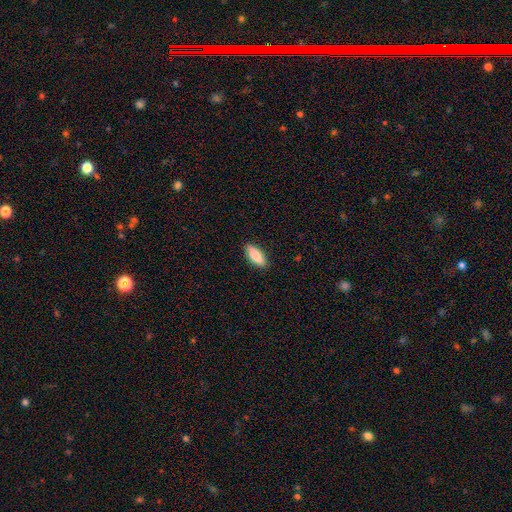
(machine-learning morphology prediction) Q: Smooth or featured?
A: smooth (88%); runner-up: featured or disk (6%)
Q: How rounded?
A: in between (75%); runner-up: cigar-shaped (24%)
Q: Merging?
A: none (89%); runner-up: minor disturbance (8%)